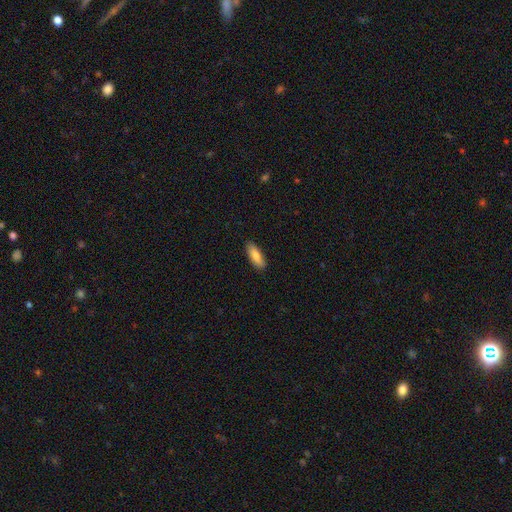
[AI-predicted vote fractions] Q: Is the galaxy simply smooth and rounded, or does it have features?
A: smooth — 83%.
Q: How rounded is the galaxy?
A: in between — 59%.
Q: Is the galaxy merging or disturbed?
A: none — 87%.